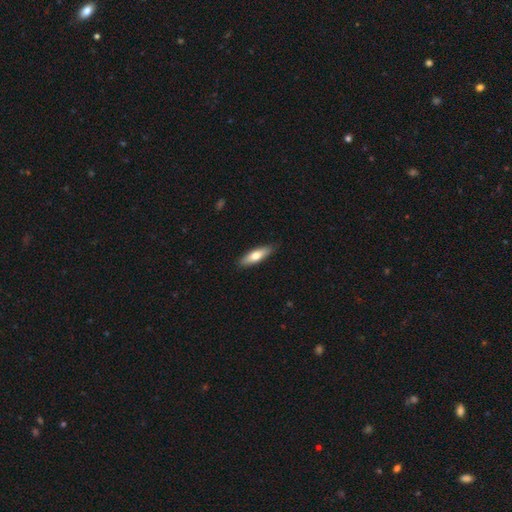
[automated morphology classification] smooth 68%, featured or disk 26%, star or artifact 5%. Down the decision tree: how rounded — cigar-shaped (52%); merging — none (87%).